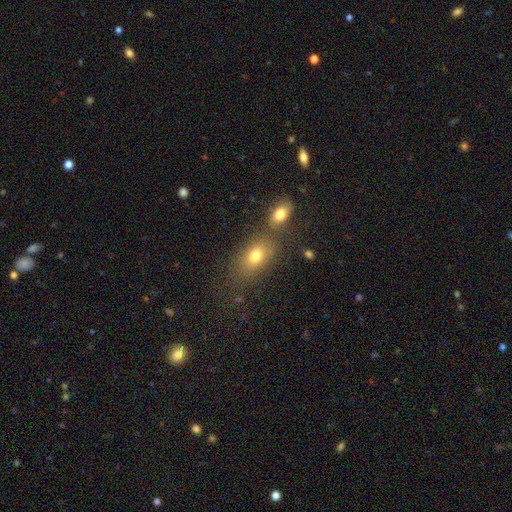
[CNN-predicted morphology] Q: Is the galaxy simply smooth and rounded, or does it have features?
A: smooth — 75%.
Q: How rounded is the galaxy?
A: in between — 80%.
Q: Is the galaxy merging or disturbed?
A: none — 61%.